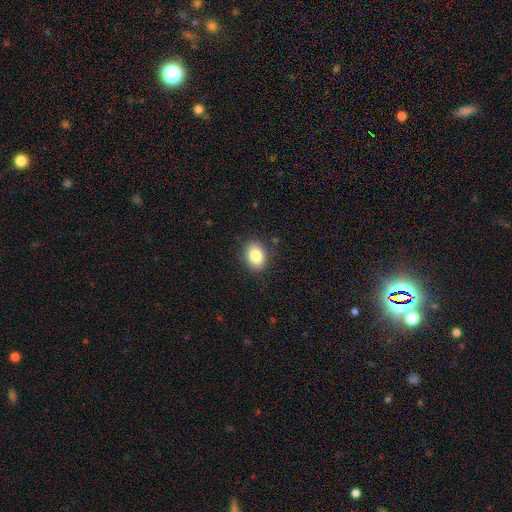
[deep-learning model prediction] A smooth galaxy with no disk features (83%) that is in between round and cigar-shaped (69%). Merging: none (87%).